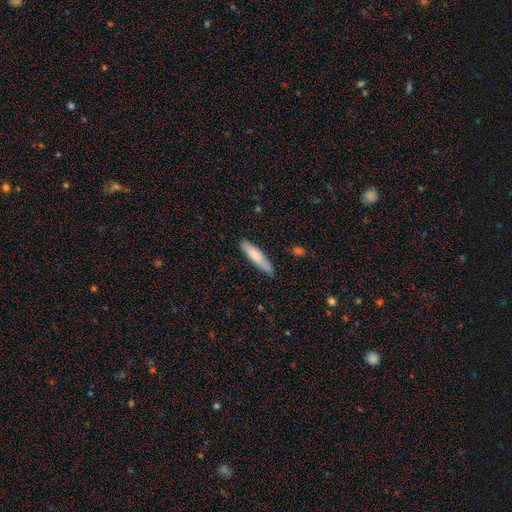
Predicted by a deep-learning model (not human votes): This is likely a smooth galaxy (79%). How rounded: likely cigar-shaped (76%). Merging: clearly none (82%).